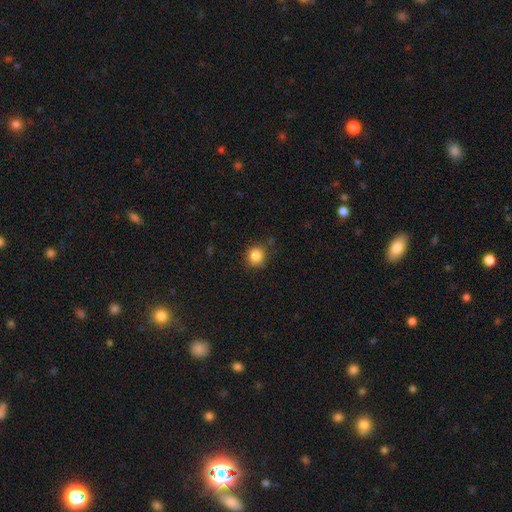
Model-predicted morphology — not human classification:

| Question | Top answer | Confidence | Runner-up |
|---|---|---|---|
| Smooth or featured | smooth | 85% | star or artifact (11%) |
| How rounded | round | 90% | in between (9%) |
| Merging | none | 82% | minor disturbance (13%) |